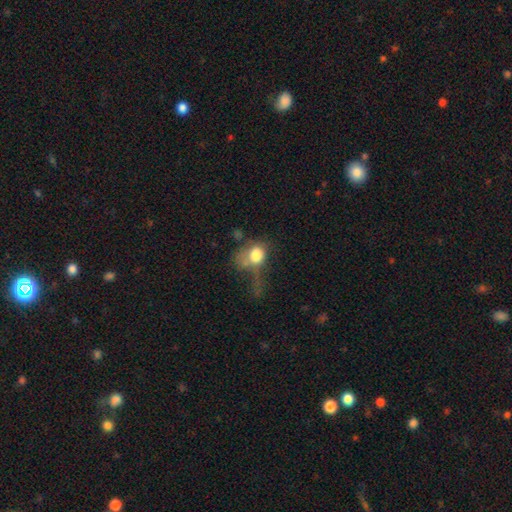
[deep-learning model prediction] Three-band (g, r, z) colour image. It shows a smooth galaxy with no disk features (71%) that is in between round and cigar-shaped (52%). Merging: major disturbance (51%).